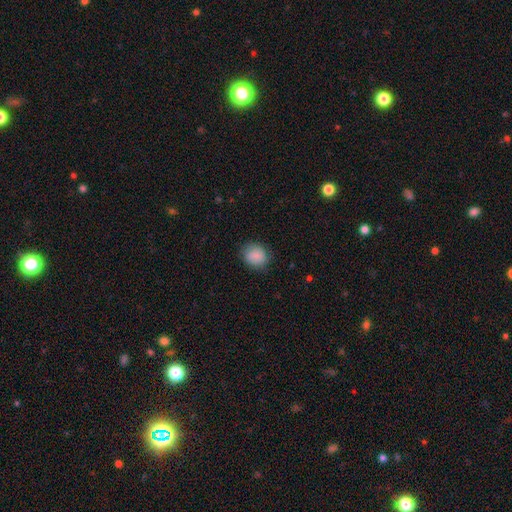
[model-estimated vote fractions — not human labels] This is clearly a smooth galaxy (87%). How rounded: likely round (67%). Merging: clearly none (82%).